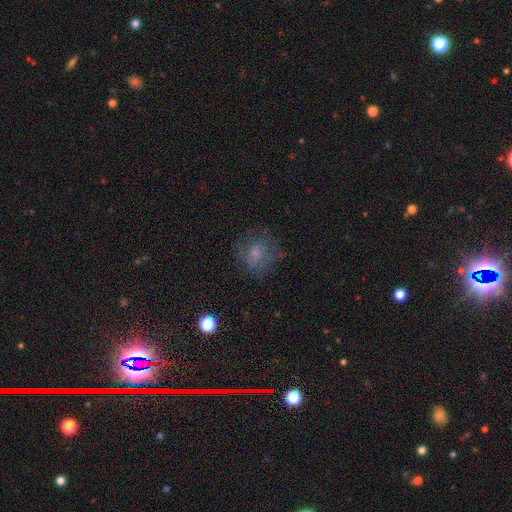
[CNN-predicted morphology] smooth 49%, featured or disk 36%, star or artifact 16%. Down the decision tree: merging — none (59%).